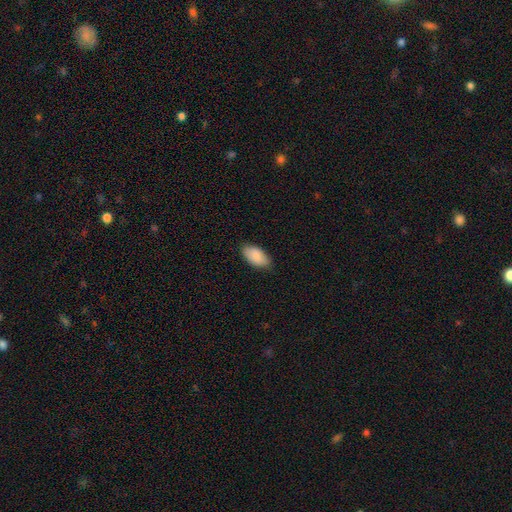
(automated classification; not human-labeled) The model was most divided on "merging": none: 82%, minor disturbance: 15%, major disturbance: 2%, merger: 1%. More confident: how rounded — in between (95%); smooth or featured — smooth (89%).